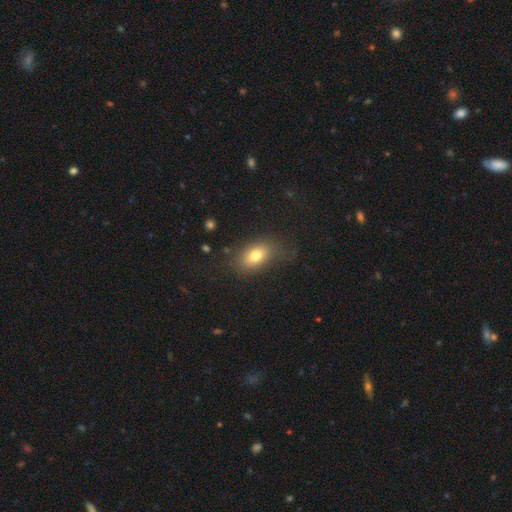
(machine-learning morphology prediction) smooth_or_featured: smooth (p=0.77) [alt: featured or disk p=0.13]
how_rounded: in between (p=0.83) [alt: round p=0.15]
merging: none (p=0.73) [alt: minor disturbance p=0.17]